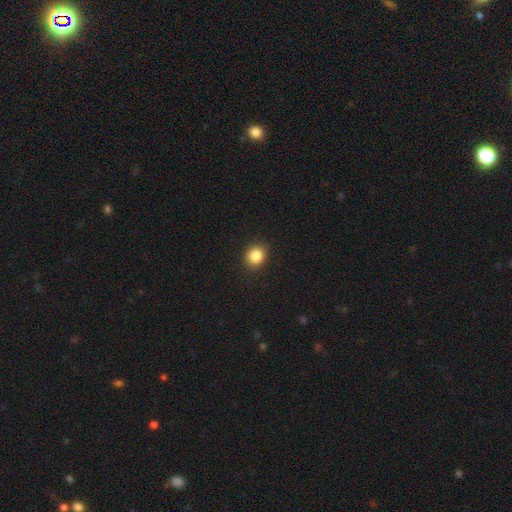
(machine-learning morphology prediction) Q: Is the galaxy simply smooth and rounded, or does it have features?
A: smooth — 86%.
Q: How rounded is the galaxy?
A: round — 75%.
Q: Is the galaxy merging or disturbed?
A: none — 90%.